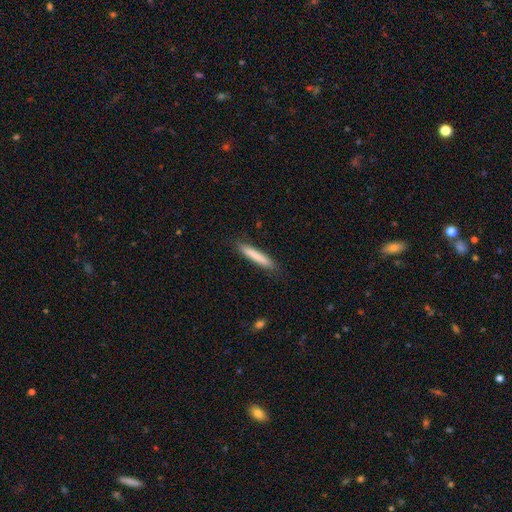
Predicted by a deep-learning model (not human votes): Overall: smooth (80%). How rounded: cigar-shaped (93%). Merging: none (86%).